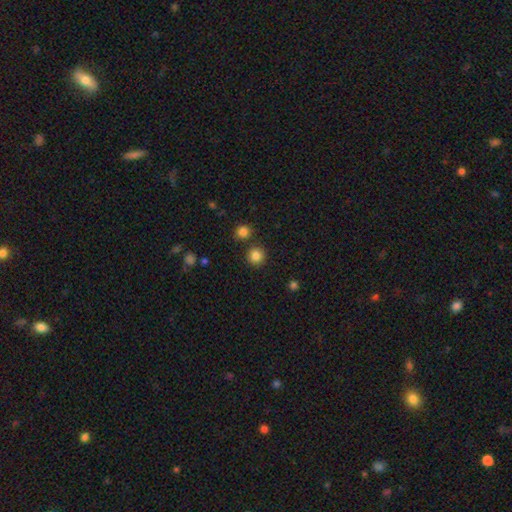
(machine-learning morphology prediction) Overall: smooth (84%). How rounded: round (94%). Merging: none (86%).